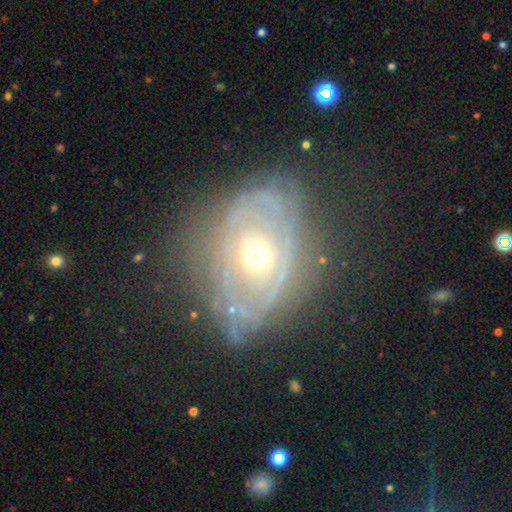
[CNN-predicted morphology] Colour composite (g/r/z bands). It shows a featured or disk galaxy (77%) with no bar (82%), spiral arms (70%) and a moderate central bulge (58%). Merging: none (66%).